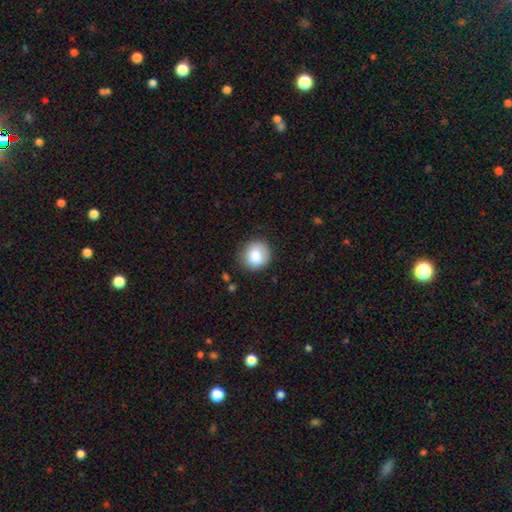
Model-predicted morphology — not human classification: Smooth or featured? Predicted: smooth (p=0.84). How rounded? Predicted: round (p=0.85). Merging? Predicted: none (p=0.83).